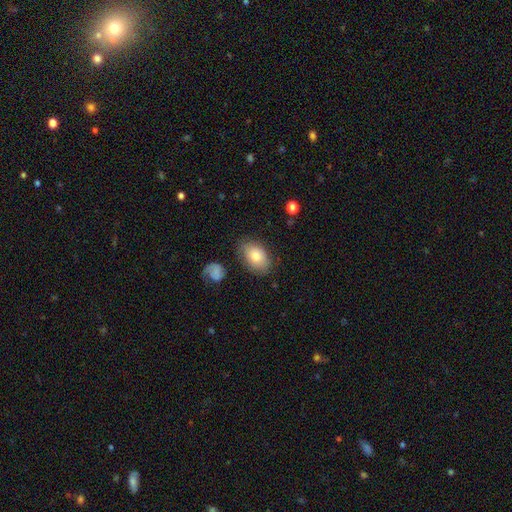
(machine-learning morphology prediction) Smooth or featured?
  - smooth: 78% *
  - featured or disk: 15%
  - star or artifact: 7%
How rounded?
  - in between: 85% *
  - round: 14%
  - cigar-shaped: 1%
Merging?
  - none: 75% *
  - minor disturbance: 17%
  - major disturbance: 5%
  - merger: 3%